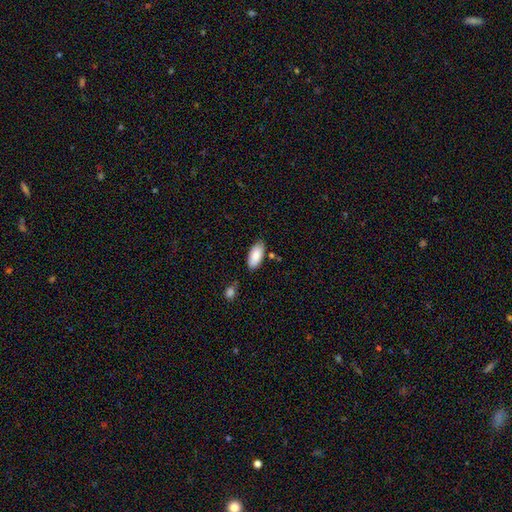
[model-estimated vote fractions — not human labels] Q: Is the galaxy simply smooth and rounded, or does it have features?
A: smooth — 87%.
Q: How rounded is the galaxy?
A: in between — 93%.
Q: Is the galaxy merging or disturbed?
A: none — 78%.